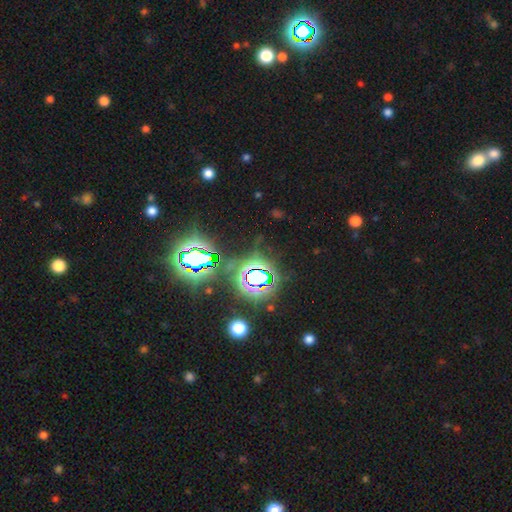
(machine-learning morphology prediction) Q: Smooth or featured?
A: star or artifact (80%); runner-up: smooth (12%)